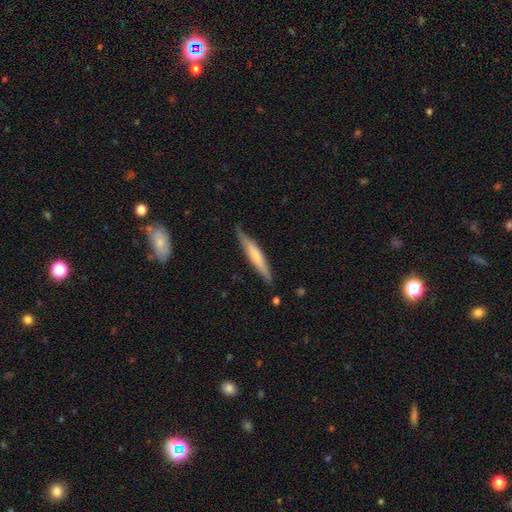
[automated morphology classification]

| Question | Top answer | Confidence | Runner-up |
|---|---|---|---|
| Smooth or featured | smooth | 52% | featured or disk (43%) |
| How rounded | cigar-shaped | 92% | in between (7%) |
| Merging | none | 83% | minor disturbance (14%) |